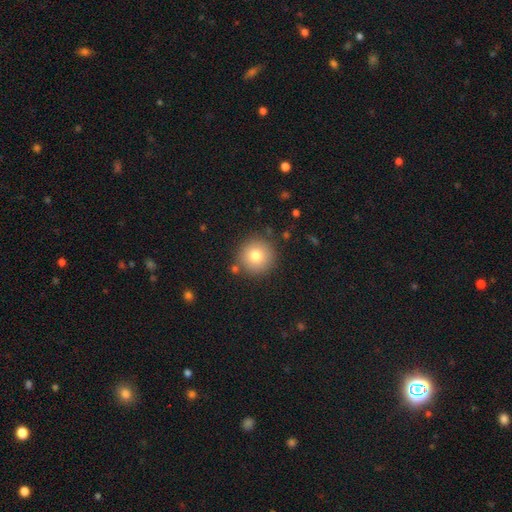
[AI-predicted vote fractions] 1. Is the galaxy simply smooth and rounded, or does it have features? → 78% smooth, 11% featured or disk, 11% star or artifact.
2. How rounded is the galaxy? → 95% round, 4% in between, 1% cigar-shaped.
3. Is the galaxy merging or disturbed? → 87% none, 7% minor disturbance, 3% merger, 2% major disturbance.